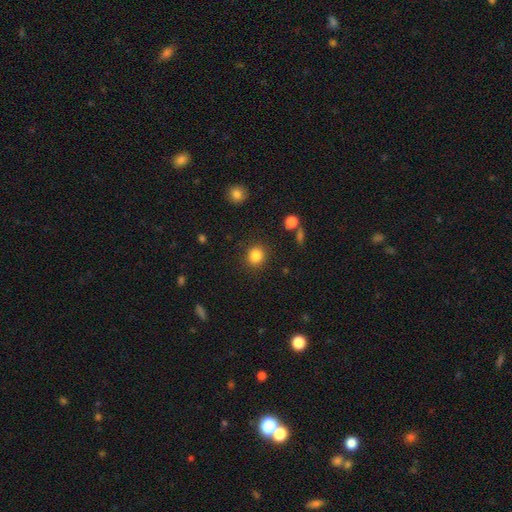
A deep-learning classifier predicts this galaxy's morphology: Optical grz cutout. It shows a smooth galaxy with no disk features (86%) that is round (81%). Merging: none (88%).